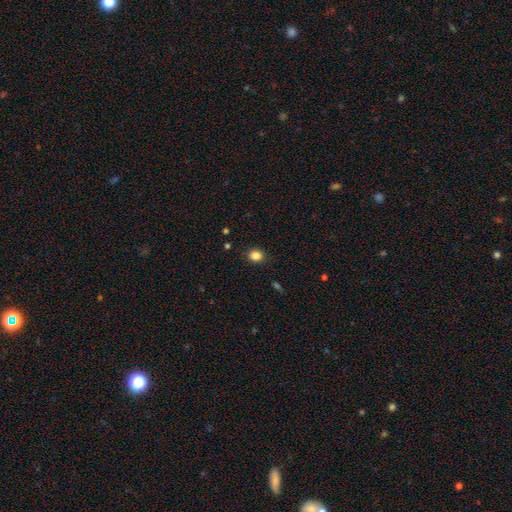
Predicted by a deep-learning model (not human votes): This appears to be a smooth galaxy with no disk features (85%) that is round (69%). Merging: none (87%).